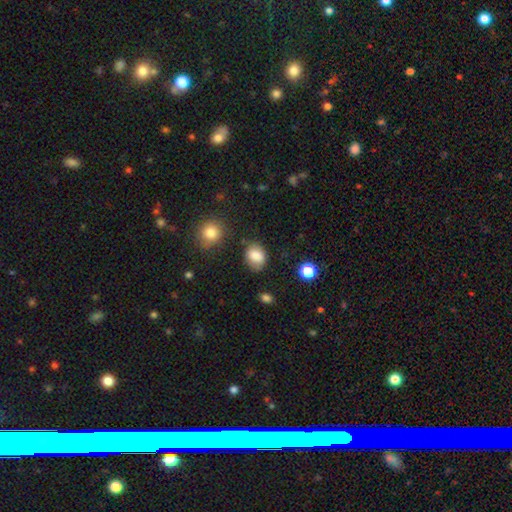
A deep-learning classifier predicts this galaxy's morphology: The model was most divided on "how rounded": in between: 60%, round: 39%, cigar-shaped: 1%. More confident: smooth or featured — smooth (83%); merging — none (73%).